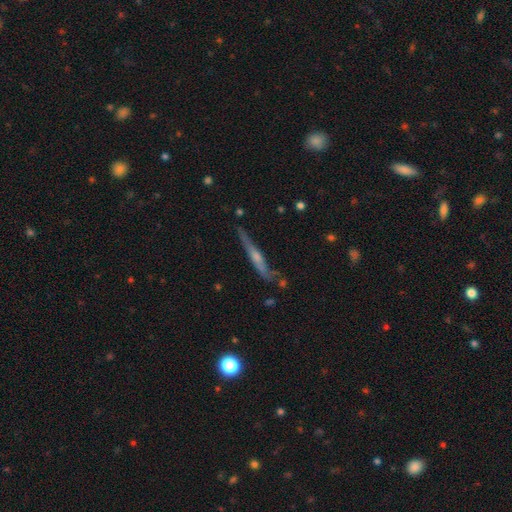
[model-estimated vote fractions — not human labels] Morphology: type=featured or disk (69%); edge-on=yes (93%); edge-on bulge=rounded (77%); merging=none (78%).